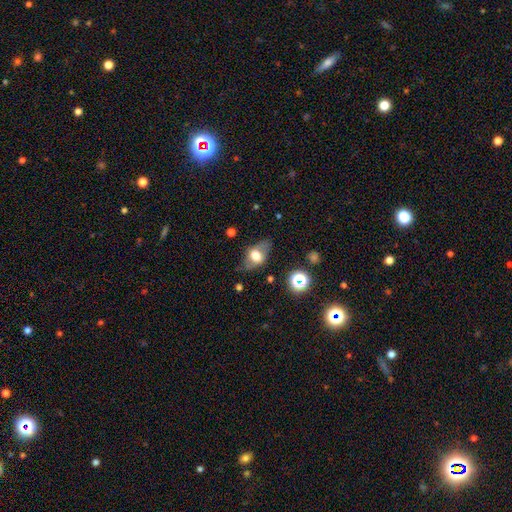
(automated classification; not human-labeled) Overall: smooth (52%; featured or disk 38%). How rounded: in between (78%). Merging: none (63%; minor disturbance 23%).